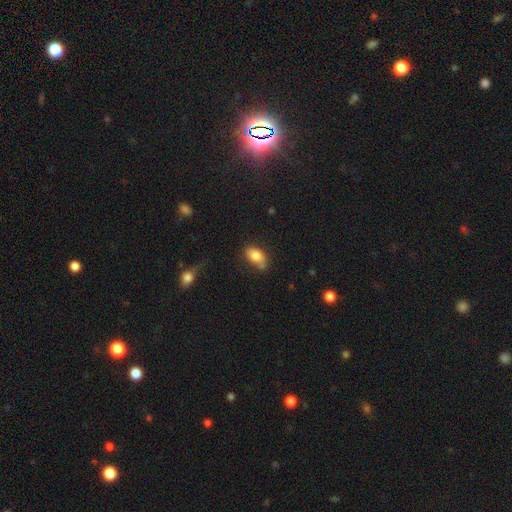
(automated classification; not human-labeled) A smooth galaxy with no disk features (79%) that is in between round and cigar-shaped (88%).

Vote fractions:
- Smooth or featured? smooth: 79% / featured or disk: 12% / star or artifact: 8%
- How rounded? in between: 88% / round: 10% / cigar-shaped: 2%
- Merging? none: 56% / minor disturbance: 28% / major disturbance: 9% / merger: 7%